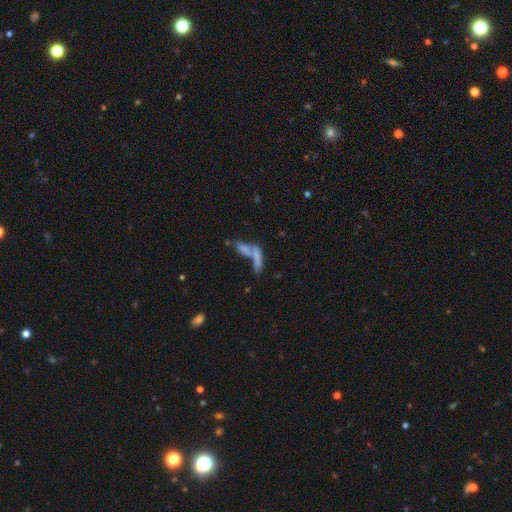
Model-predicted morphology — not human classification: Q: Smooth or featured?
A: smooth (64%); runner-up: featured or disk (24%)
Q: How rounded?
A: cigar-shaped (55%); runner-up: in between (41%)
Q: Merging?
A: merger (61%); runner-up: none (25%)